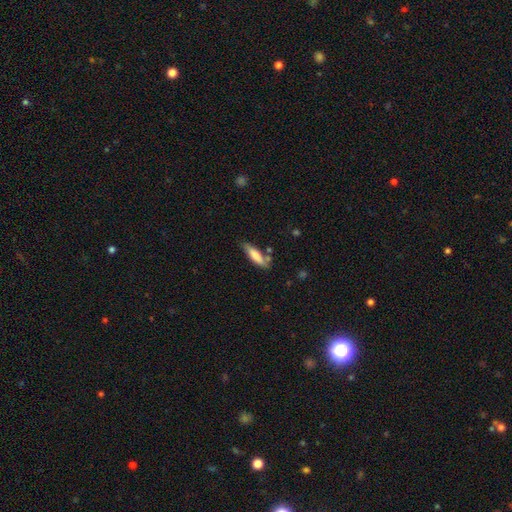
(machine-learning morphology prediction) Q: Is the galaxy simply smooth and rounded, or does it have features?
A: smooth — 80%.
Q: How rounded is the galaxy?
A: cigar-shaped — 61%.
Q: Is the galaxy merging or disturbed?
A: none — 65%.